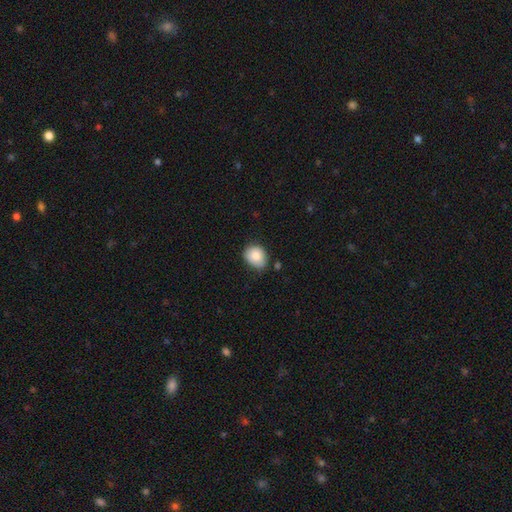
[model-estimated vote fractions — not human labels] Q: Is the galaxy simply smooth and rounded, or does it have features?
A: smooth — 82%.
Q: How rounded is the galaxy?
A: round — 51%.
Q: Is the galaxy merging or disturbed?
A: none — 70%.